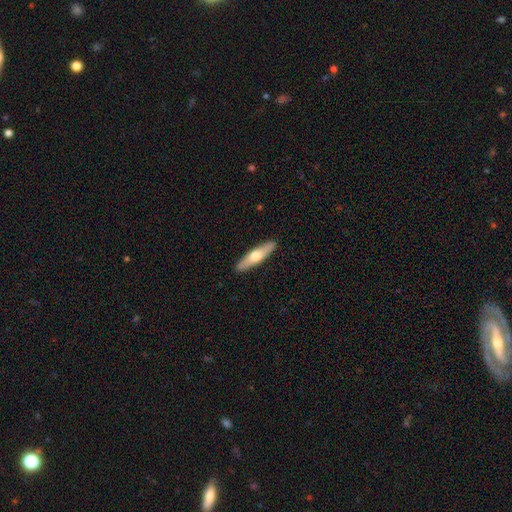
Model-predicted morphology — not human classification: A smooth galaxy with no disk features (53%) that is cigar-shaped (77%).

Vote fractions:
- Smooth or featured? smooth: 53% / featured or disk: 42% / star or artifact: 5%
- How rounded? cigar-shaped: 77% / in between: 21% / round: 2%
- Merging? none: 91% / minor disturbance: 7% / major disturbance: 1% / merger: 1%